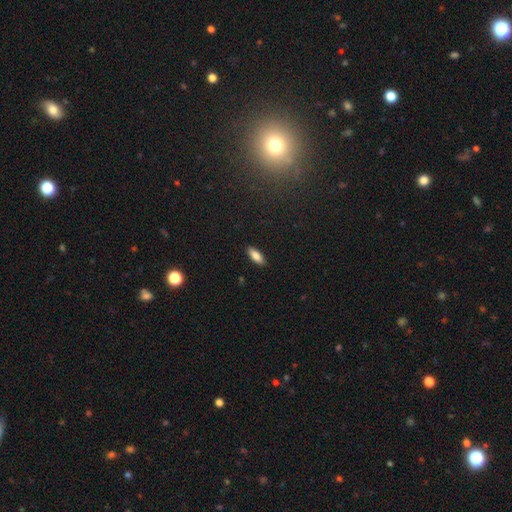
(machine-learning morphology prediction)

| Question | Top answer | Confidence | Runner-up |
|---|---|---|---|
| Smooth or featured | smooth | 83% | featured or disk (10%) |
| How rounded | in between | 71% | cigar-shaped (27%) |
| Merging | none | 89% | minor disturbance (8%) |